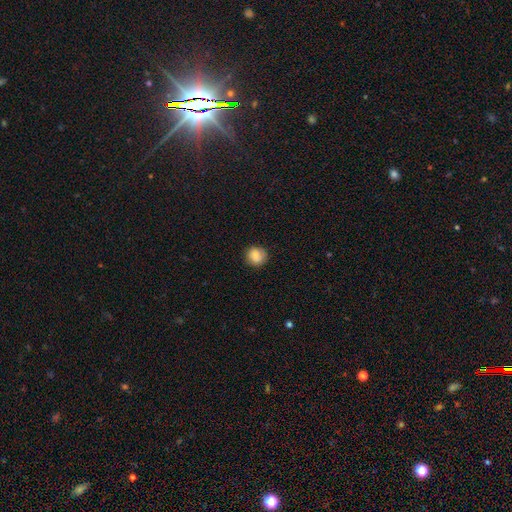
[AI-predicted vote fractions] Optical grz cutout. It shows a smooth galaxy with no disk features (83%) that is round (87%). Merging: none (84%).